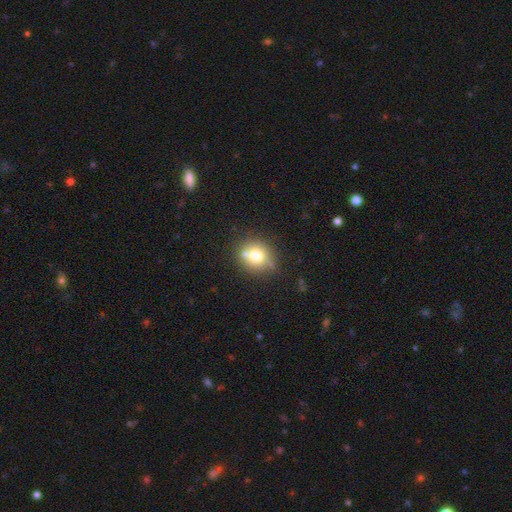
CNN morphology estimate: Smooth or featured? smooth (72%)
How rounded? round (78%)
Merging? none (64%)